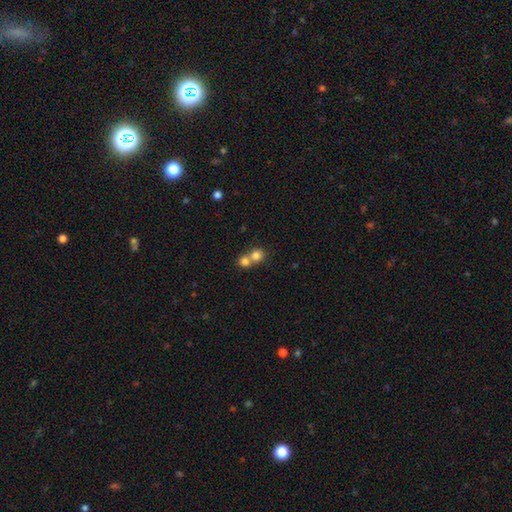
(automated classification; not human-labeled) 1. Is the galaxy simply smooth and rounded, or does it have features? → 79% smooth, 11% star or artifact, 10% featured or disk.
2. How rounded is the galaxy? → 84% round, 15% in between, 1% cigar-shaped.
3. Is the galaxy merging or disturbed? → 58% merger, 35% none, 4% minor disturbance, 2% major disturbance.